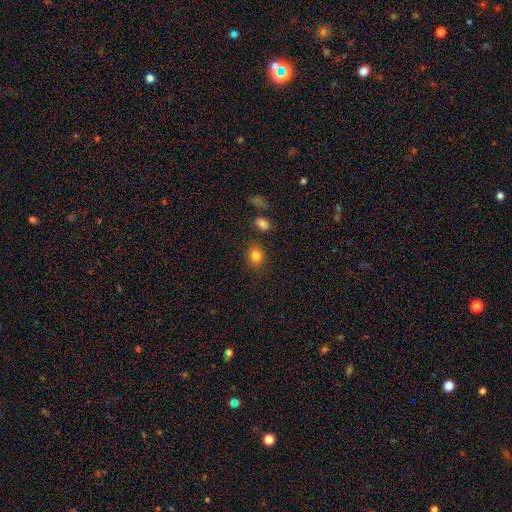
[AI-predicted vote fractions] Smooth or featured? smooth (83%)
How rounded? round (61%)
Merging? none (81%)